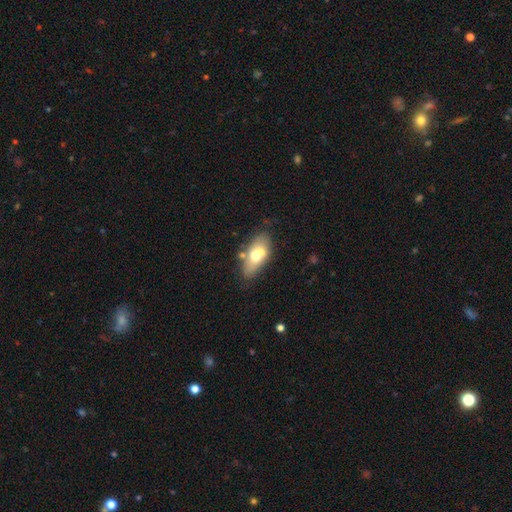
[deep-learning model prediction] A smooth galaxy with no disk features (59%) that is in between round and cigar-shaped (85%).

Vote fractions:
- Smooth or featured? smooth: 59% / featured or disk: 34% / star or artifact: 7%
- How rounded? in between: 85% / cigar-shaped: 9% / round: 6%
- Merging? none: 61% / merger: 20% / minor disturbance: 15% / major disturbance: 5%